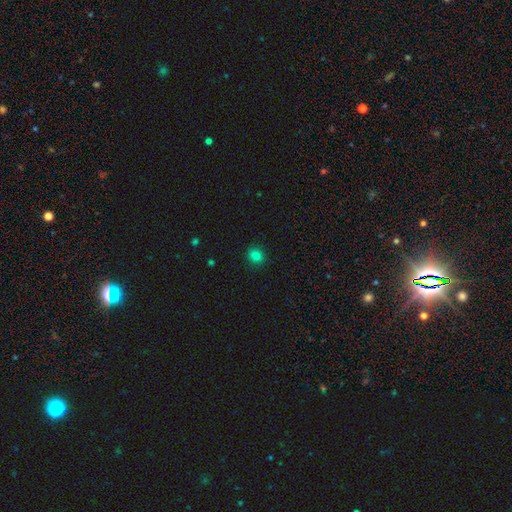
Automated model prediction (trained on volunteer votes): This appears to be a smooth galaxy with no disk features (81%) that is round (74%). Merging: none (90%).